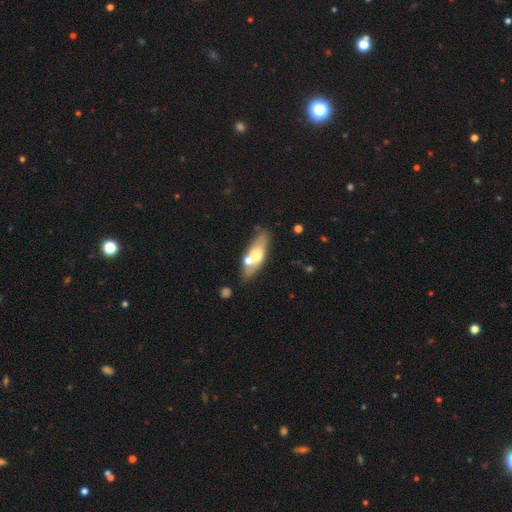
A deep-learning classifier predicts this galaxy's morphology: A smooth galaxy with no disk features (56%) that is in between round and cigar-shaped (59%). Merging: none (65%).